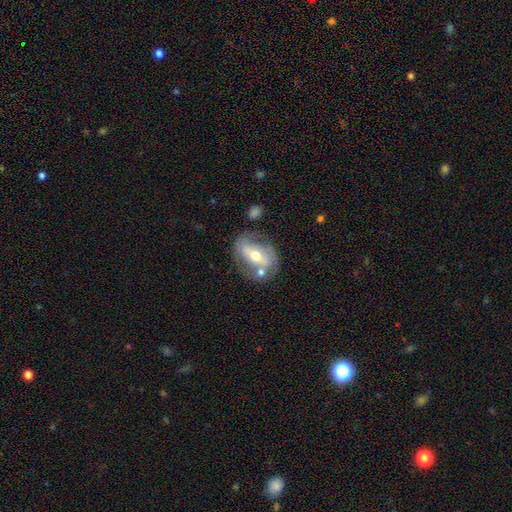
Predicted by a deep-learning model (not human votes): Smooth or featured?
  - featured or disk: 65% *
  - smooth: 28%
  - star or artifact: 7%
Edge-on disk?
  - no: 90% *
  - yes: 10%
Bar?
  - strong: 46% *
  - weak: 29%
  - no: 25%
Spiral arms?
  - yes: 50% * (tied)
  - no: 50% * (tied)
Bulge size?
  - moderate: 72% *
  - small: 20%
  - large: 6%
  - dominant: 1%
  - none: 1%
Merging?
  - none: 59% *
  - minor disturbance: 18%
  - merger: 14%
  - major disturbance: 8%